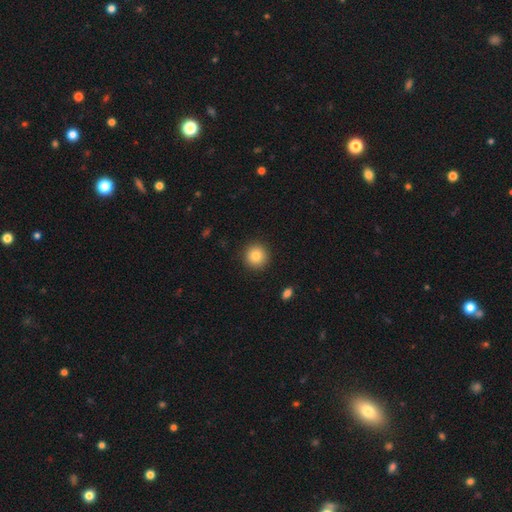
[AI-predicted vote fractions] Smooth or featured? smooth (85%)
How rounded? round (94%)
Merging? none (91%)